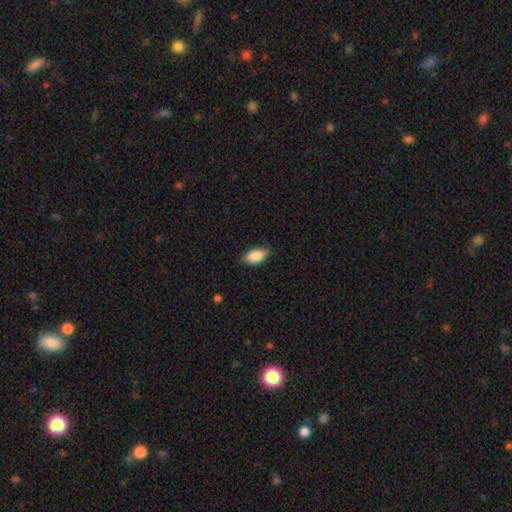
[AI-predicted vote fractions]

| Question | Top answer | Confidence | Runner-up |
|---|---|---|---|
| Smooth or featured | smooth | 87% | featured or disk (7%) |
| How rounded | in between | 91% | cigar-shaped (5%) |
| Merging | none | 83% | minor disturbance (13%) |